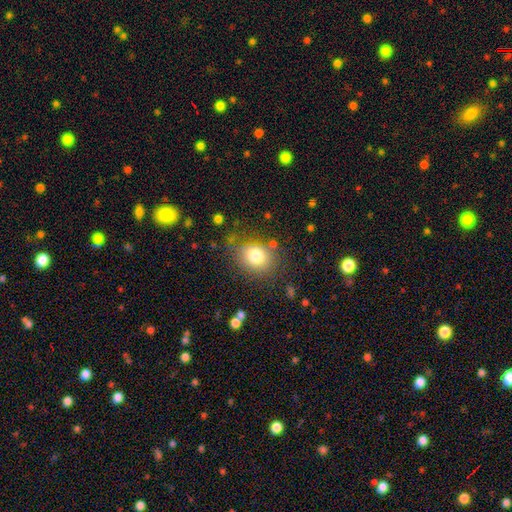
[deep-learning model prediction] This appears to be a smooth galaxy with no disk features (78%) that is round (59%). Merging: none (71%).